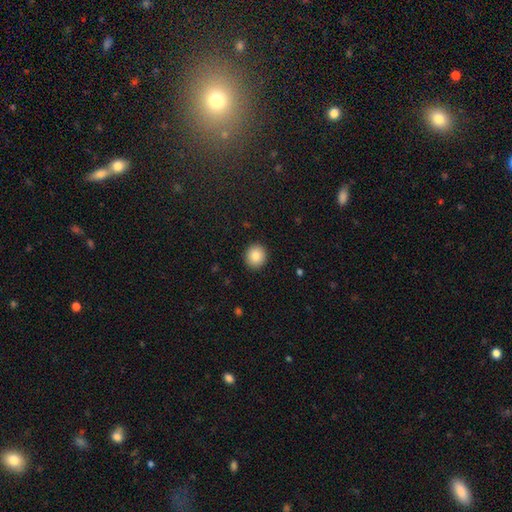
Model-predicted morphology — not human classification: Smooth or featured: smooth — 86% (star or artifact — 9%)
How rounded: round — 86% (in between — 13%)
Merging: none — 91% (minor disturbance — 6%)